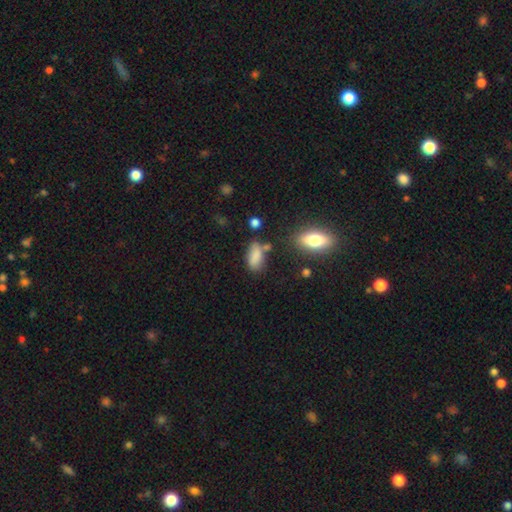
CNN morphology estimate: smooth 82%, star or artifact 9%, featured or disk 9%. Down the decision tree: how rounded — in between (84%); merging — none (59%).